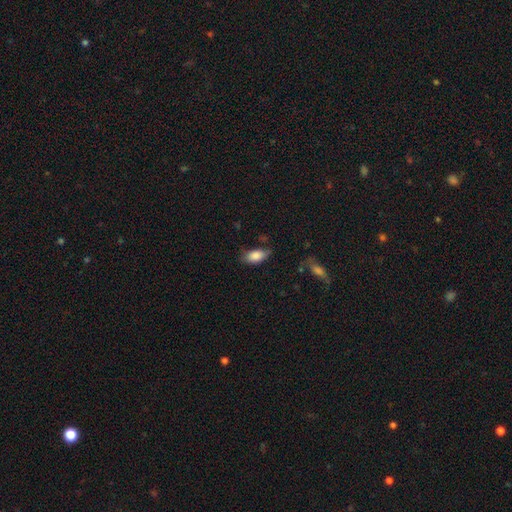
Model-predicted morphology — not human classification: A smooth galaxy with no disk features (85%) that is in between round and cigar-shaped (91%). Merging: none (62%).